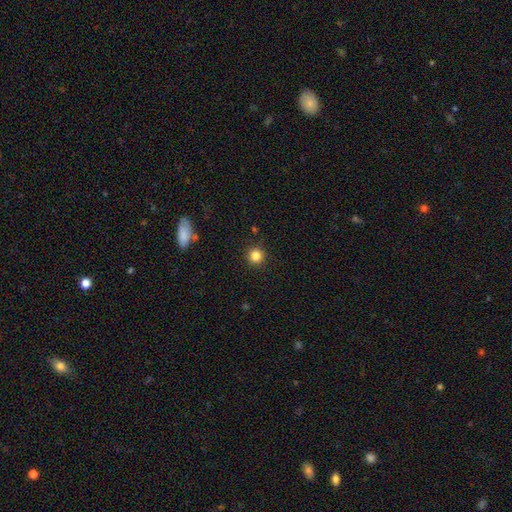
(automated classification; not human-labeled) This appears to be a smooth galaxy with no disk features (83%) that is round (94%). Merging: none (91%).